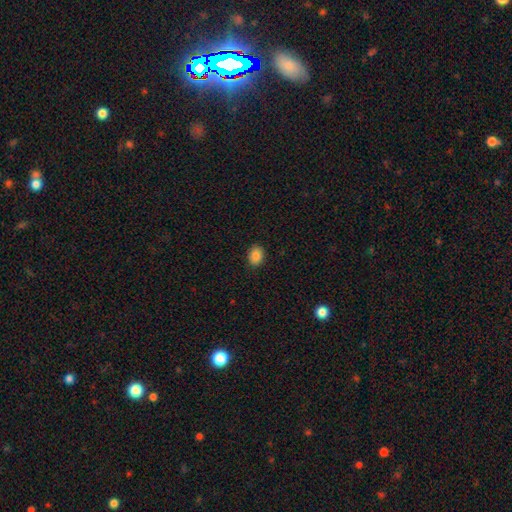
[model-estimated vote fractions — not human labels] This is clearly a smooth galaxy (87%). How rounded: likely in between (61%). Merging: clearly none (88%).